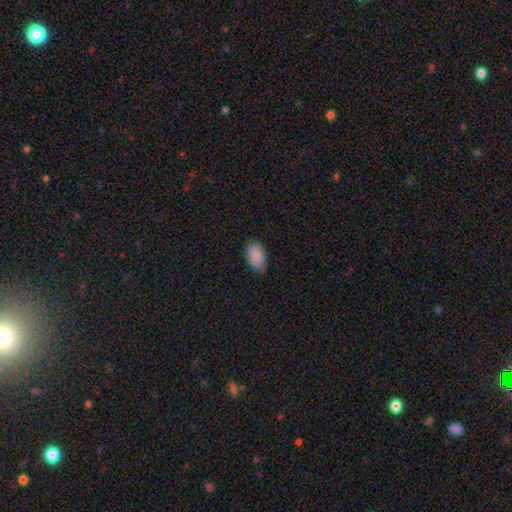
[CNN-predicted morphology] This is clearly a smooth galaxy (90%). How rounded: clearly in between (94%). Merging: likely none (79%).